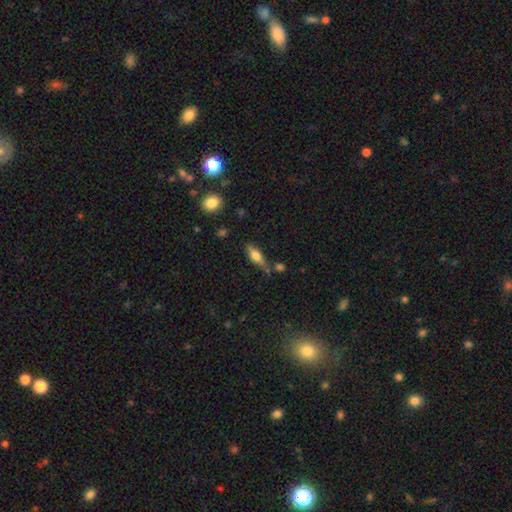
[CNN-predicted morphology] smooth 53%, featured or disk 38%, star or artifact 9%. Down the decision tree: how rounded — in between (57%); merging — none (60%).